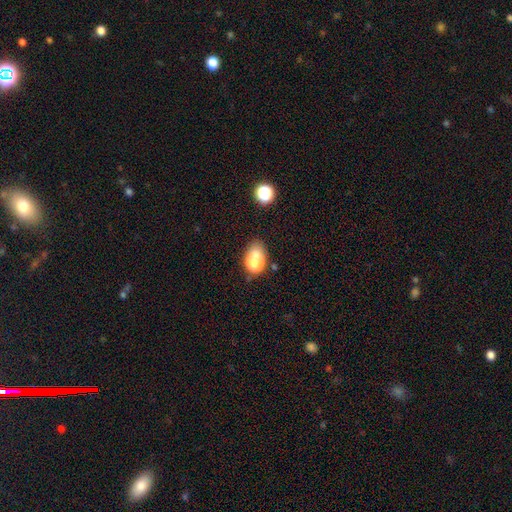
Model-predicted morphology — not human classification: Q: Smooth or featured?
A: smooth (70%); runner-up: star or artifact (16%)
Q: How rounded?
A: in between (68%); runner-up: round (31%)
Q: Merging?
A: none (43%); runner-up: merger (24%)